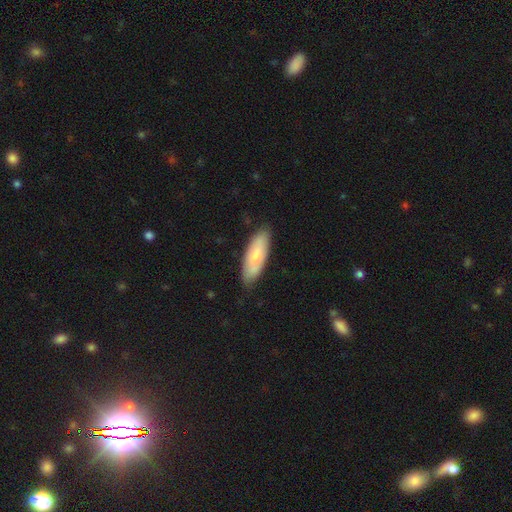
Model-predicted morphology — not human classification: type=smooth (67%); roundness=in between (67%); merging=none (78%).